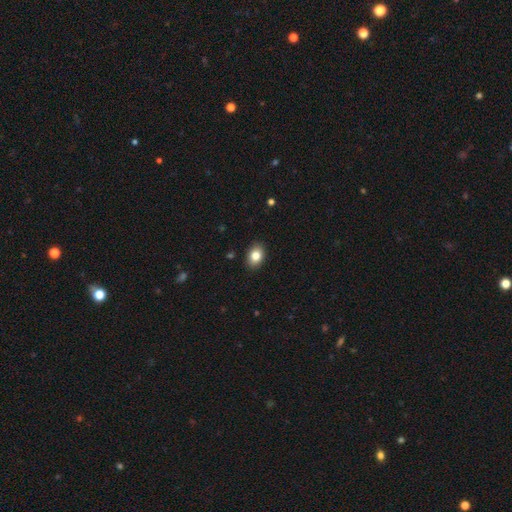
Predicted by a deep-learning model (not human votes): Smooth or featured?
  - smooth: 83% *
  - star or artifact: 9%
  - featured or disk: 8%
How rounded?
  - in between: 75% *
  - round: 24%
  - cigar-shaped: 1%
Merging?
  - none: 89% *
  - minor disturbance: 8%
  - major disturbance: 2%
  - merger: 1%